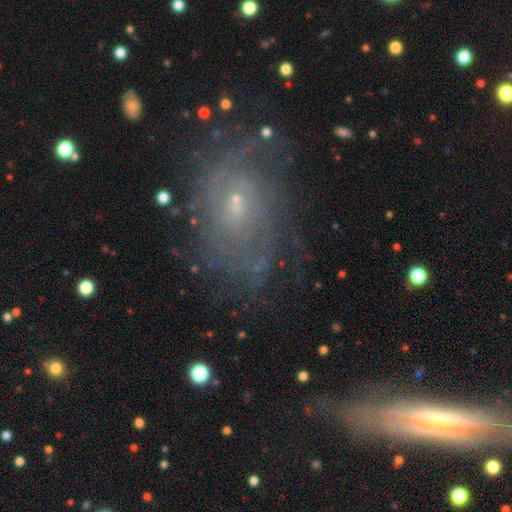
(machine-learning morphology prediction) A featured or disk galaxy (75%) with no bar (58%), tight (61%) spiral arms (86%) and a small central bulge (74%). Merging: none (67%).